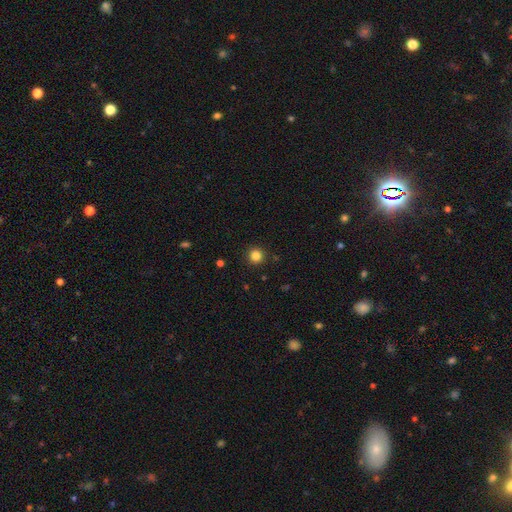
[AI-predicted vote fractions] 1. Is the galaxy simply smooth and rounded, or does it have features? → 84% smooth, 12% star or artifact, 4% featured or disk.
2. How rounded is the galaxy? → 95% round, 4% in between, 1% cigar-shaped.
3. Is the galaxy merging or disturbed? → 92% none, 5% minor disturbance, 2% major disturbance, 1% merger.